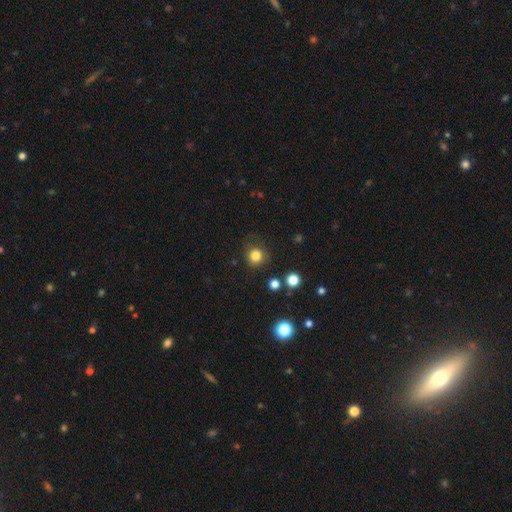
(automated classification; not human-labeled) Overall: smooth (82%). How rounded: round (92%). Merging: none (84%).